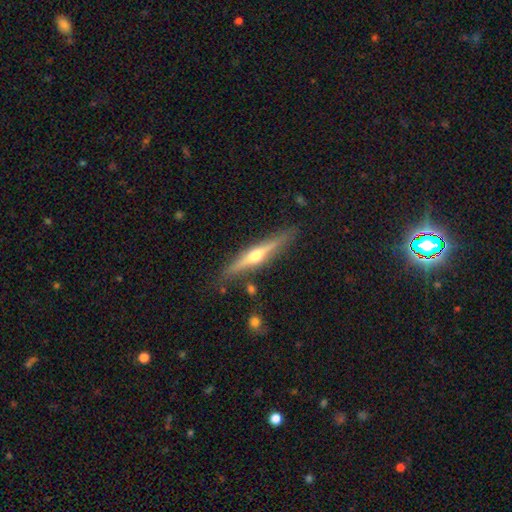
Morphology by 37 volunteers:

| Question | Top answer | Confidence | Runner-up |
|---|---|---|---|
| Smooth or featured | featured or disk | 78% | smooth (22%) |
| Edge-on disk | yes | 100% | — |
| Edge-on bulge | rounded | 93% | boxy (3%) |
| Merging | none | 86% | minor disturbance (11%) |